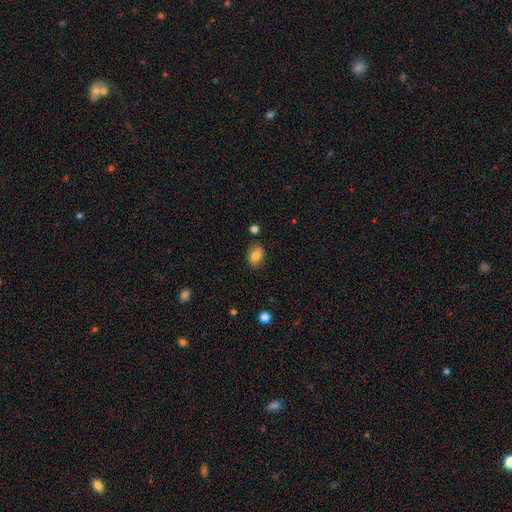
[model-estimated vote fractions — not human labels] Q: Smooth or featured?
A: smooth (75%); runner-up: featured or disk (15%)
Q: How rounded?
A: in between (76%); runner-up: round (22%)
Q: Merging?
A: none (80%); runner-up: minor disturbance (14%)